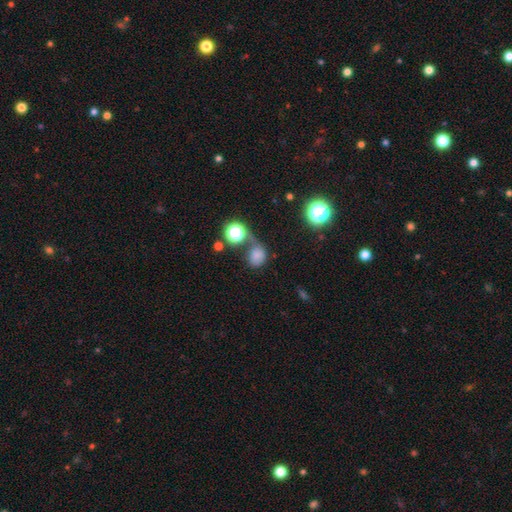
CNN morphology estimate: type=smooth (70%); roundness=round (63%); merging=none (33%).